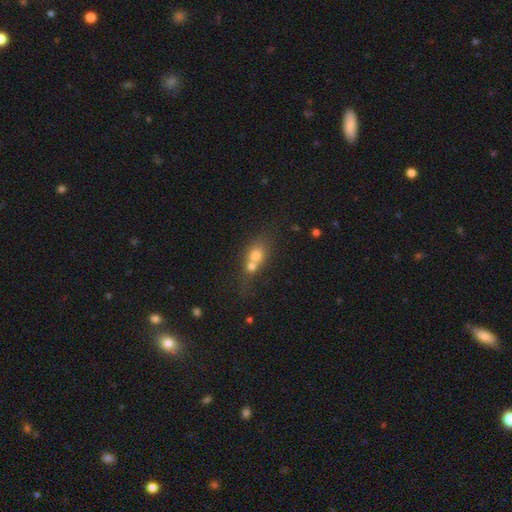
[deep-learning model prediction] smooth_or_featured: smooth (p=0.66) [alt: featured or disk p=0.23]
how_rounded: round (p=0.51) [alt: in between p=0.42]
merging: merger (p=0.63) [alt: none p=0.25]